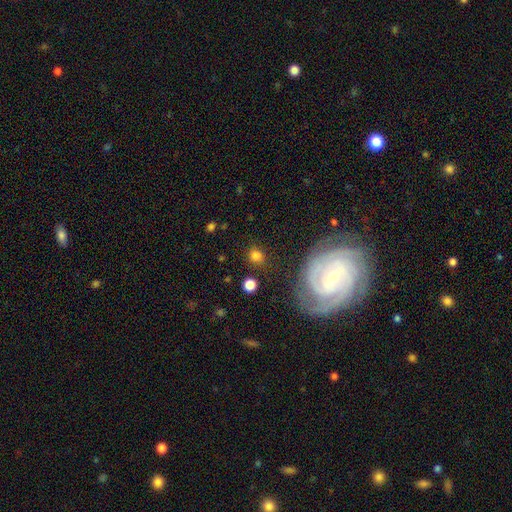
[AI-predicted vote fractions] Morphology: type=smooth (77%); roundness=round (79%); merging=none (81%).